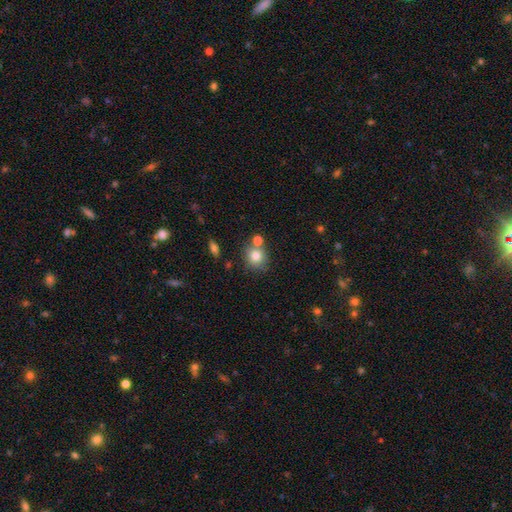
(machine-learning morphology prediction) A smooth galaxy with no disk features (80%) that is round (81%).

Vote fractions:
- Smooth or featured? smooth: 80% / star or artifact: 10% / featured or disk: 10%
- How rounded? round: 81% / in between: 18% / cigar-shaped: 1%
- Merging? none: 63% / merger: 22% / minor disturbance: 11% / major disturbance: 3%